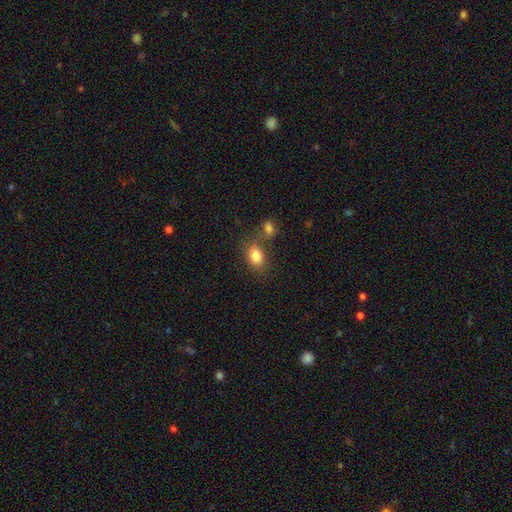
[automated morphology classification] Smooth or featured?
  - smooth: 82% *
  - star or artifact: 10%
  - featured or disk: 8%
How rounded?
  - in between: 65% *
  - round: 34%
  - cigar-shaped: 1%
Merging?
  - none: 53% *
  - merger: 25%
  - minor disturbance: 16%
  - major disturbance: 6%